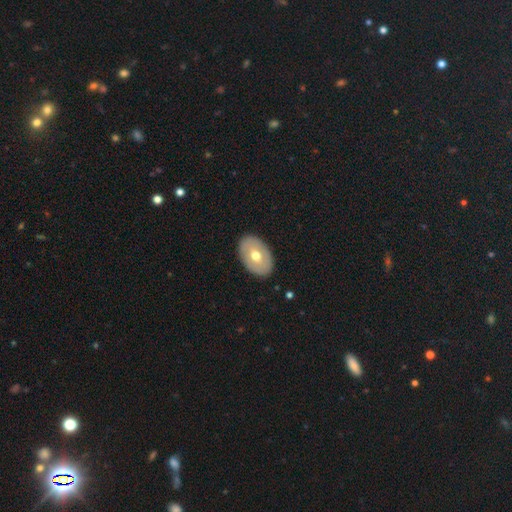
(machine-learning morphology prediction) Overall: smooth (57%; featured or disk 38%). How rounded: in between (87%). Merging: none (88%).